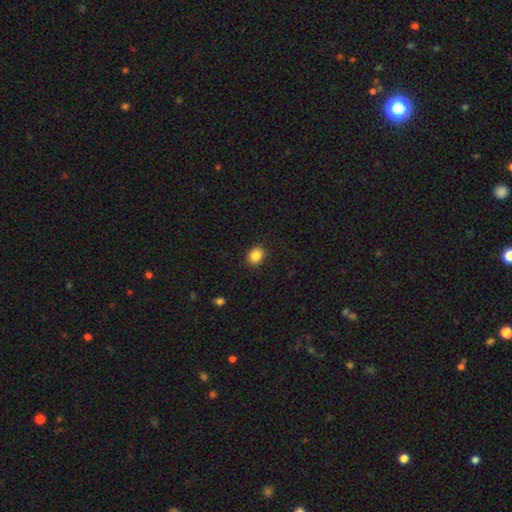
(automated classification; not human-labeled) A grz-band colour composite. It shows a smooth galaxy with no disk features (86%) that is round (55%). Merging: none (90%).